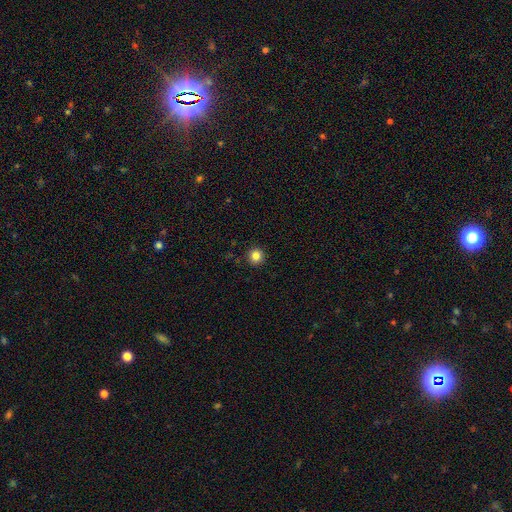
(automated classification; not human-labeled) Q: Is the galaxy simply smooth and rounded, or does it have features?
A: smooth — 84%.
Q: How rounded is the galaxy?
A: round — 95%.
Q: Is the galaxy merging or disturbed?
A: none — 92%.